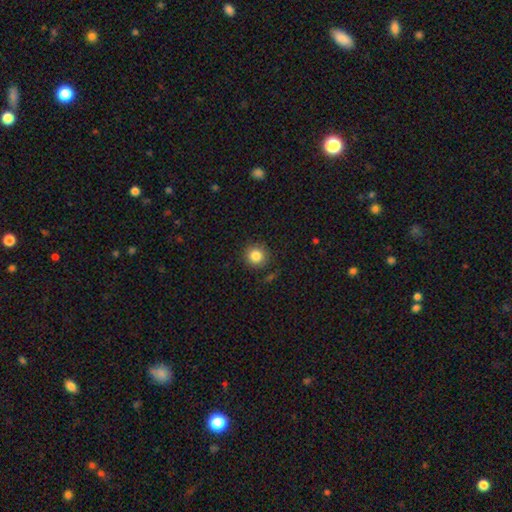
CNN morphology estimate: Smooth or featured: smooth — 84% (star or artifact — 11%)
How rounded: round — 94% (in between — 5%)
Merging: none — 88% (minor disturbance — 8%)